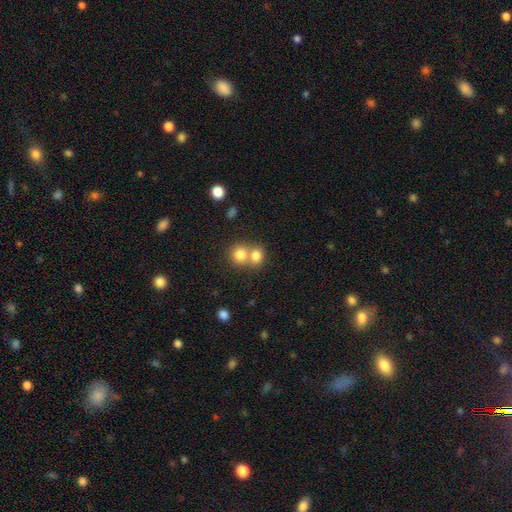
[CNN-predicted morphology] Smooth or featured? smooth (78%)
How rounded? round (68%)
Merging? merger (58%)